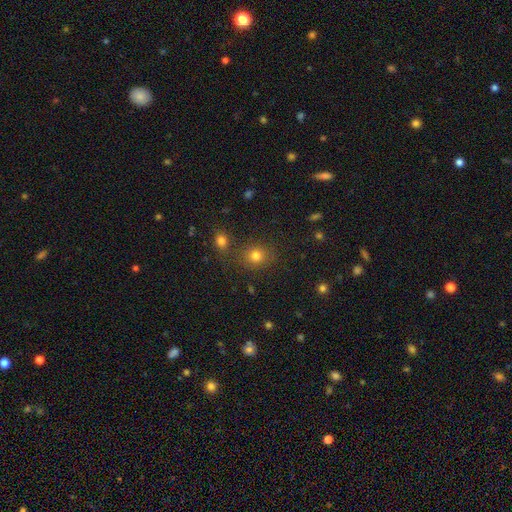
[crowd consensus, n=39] Q: Smooth or featured?
A: smooth (79%); runner-up: featured or disk (13%)
Q: How rounded?
A: round (61%); runner-up: in between (39%)
Q: Merging?
A: none (69%); runner-up: minor disturbance (22%)